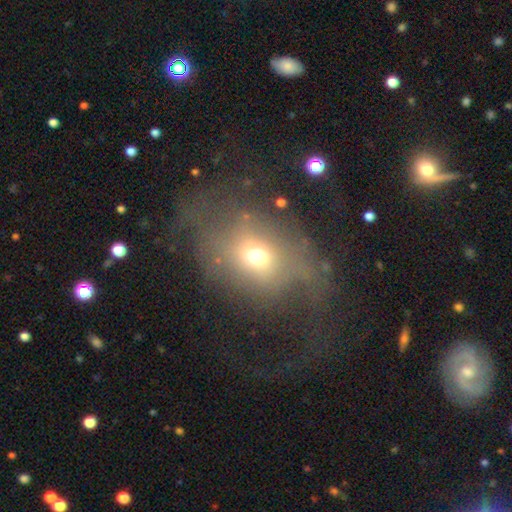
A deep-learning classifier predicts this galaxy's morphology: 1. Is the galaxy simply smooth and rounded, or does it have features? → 59% smooth, 21% featured or disk, 20% star or artifact.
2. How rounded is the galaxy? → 58% round, 39% in between, 3% cigar-shaped.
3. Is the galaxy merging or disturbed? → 51% none, 27% major disturbance, 17% minor disturbance, 5% merger.